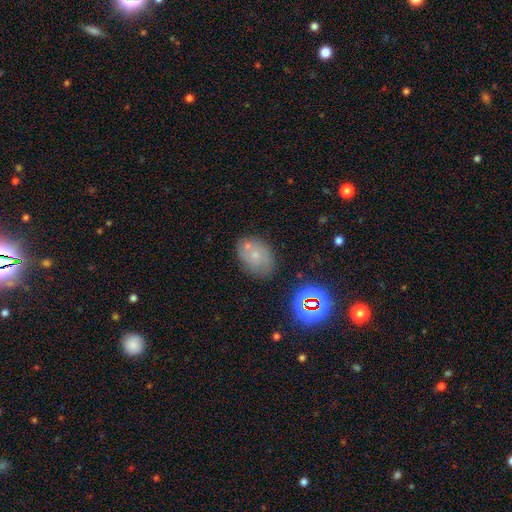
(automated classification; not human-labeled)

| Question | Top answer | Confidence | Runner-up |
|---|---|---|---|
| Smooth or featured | smooth | 53% | featured or disk (30%) |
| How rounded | in between | 75% | round (24%) |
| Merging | none | 61% | minor disturbance (18%) |